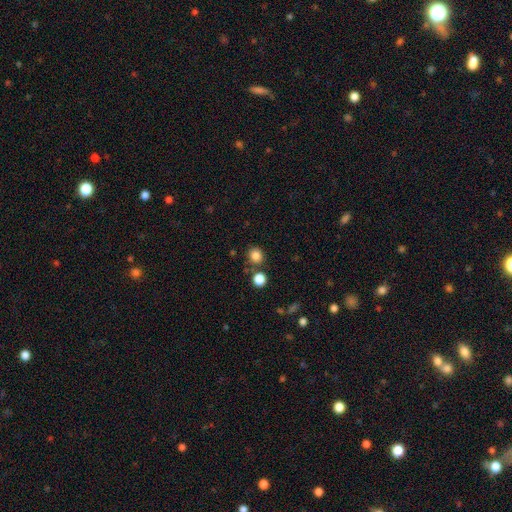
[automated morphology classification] type=smooth (83%); roundness=round (85%); merging=none (79%).